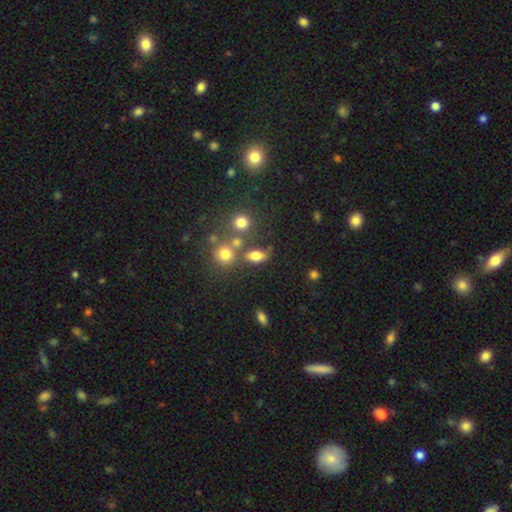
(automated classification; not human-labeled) Smooth or featured? smooth (76%)
How rounded? in between (78%)
Merging? none (56%)